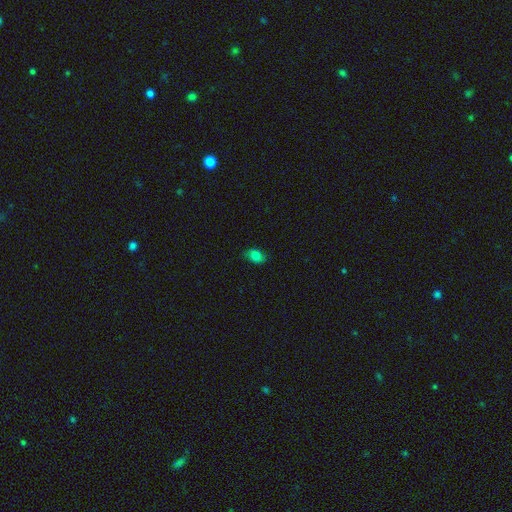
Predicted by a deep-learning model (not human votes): This is likely a smooth galaxy (77%). How rounded: likely in between (71%). Merging: likely none (70%).